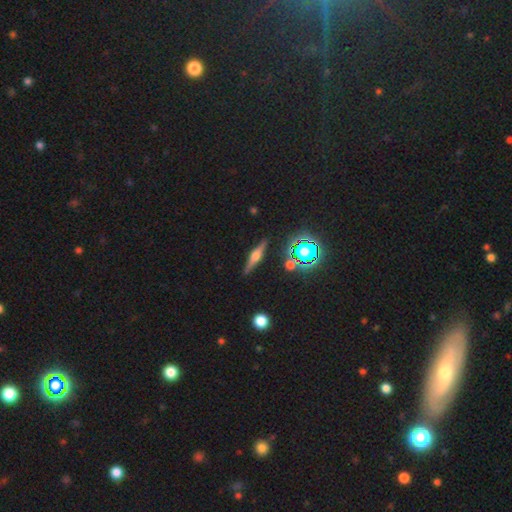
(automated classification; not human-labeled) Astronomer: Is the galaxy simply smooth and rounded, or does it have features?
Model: featured or disk — 72%.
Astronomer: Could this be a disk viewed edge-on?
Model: yes — 97%.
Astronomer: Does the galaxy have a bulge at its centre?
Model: rounded — 90%.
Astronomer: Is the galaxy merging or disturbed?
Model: none — 88%.